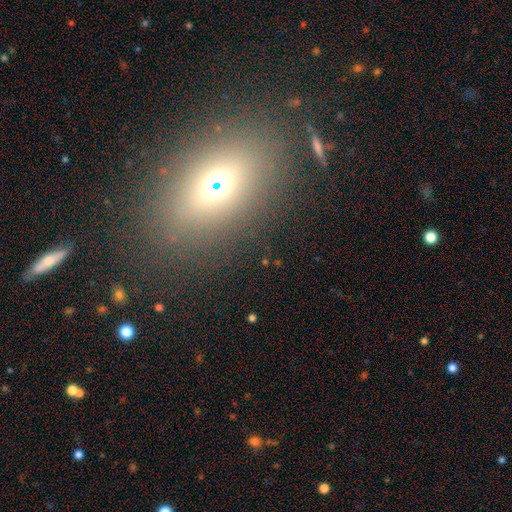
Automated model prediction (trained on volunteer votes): Smooth or featured? Predicted: smooth (p=0.60). How rounded? Predicted: in between (p=0.81). Merging? Predicted: none (p=0.80).